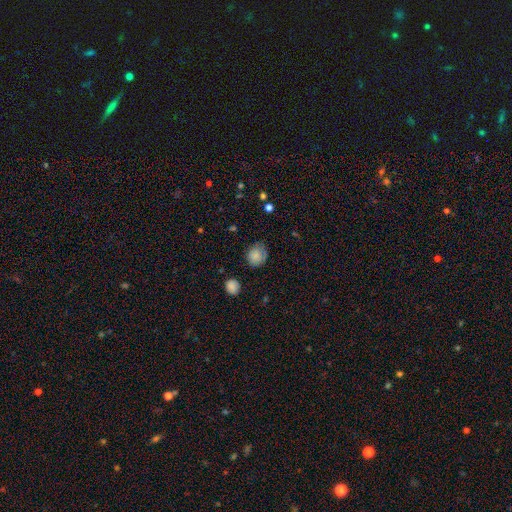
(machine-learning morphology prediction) A smooth galaxy with no disk features (80%) that is round (72%).

Vote fractions:
- Smooth or featured? smooth: 80% / featured or disk: 11% / star or artifact: 9%
- How rounded? round: 72% / in between: 28% / cigar-shaped: 1%
- Merging? none: 67% / minor disturbance: 25% / major disturbance: 7% / merger: 2%